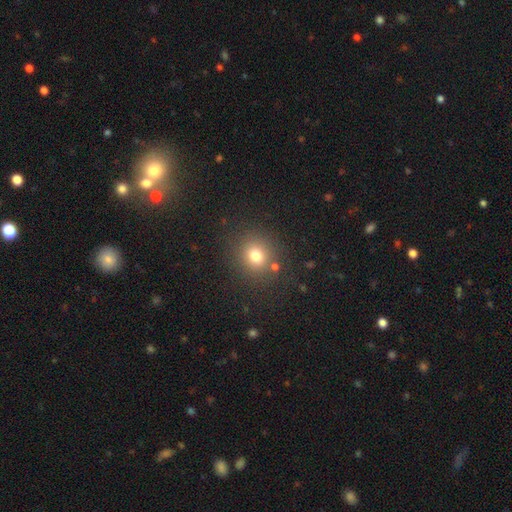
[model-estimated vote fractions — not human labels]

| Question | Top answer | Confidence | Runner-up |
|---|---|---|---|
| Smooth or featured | smooth | 75% | star or artifact (17%) |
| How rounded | round | 84% | in between (15%) |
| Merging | none | 81% | minor disturbance (9%) |